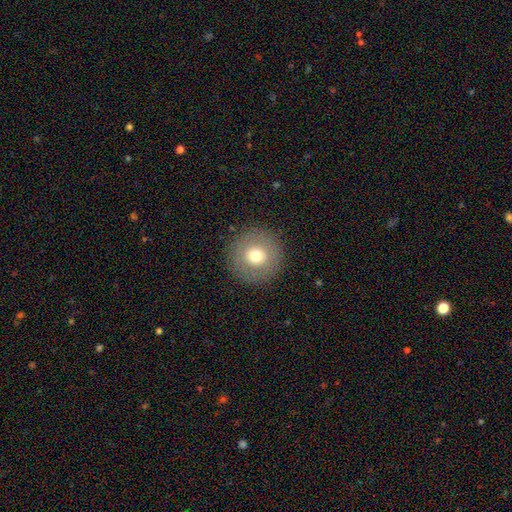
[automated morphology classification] smooth 69%, featured or disk 20%, star or artifact 11%. Down the decision tree: how rounded — round (96%); merging — none (90%).